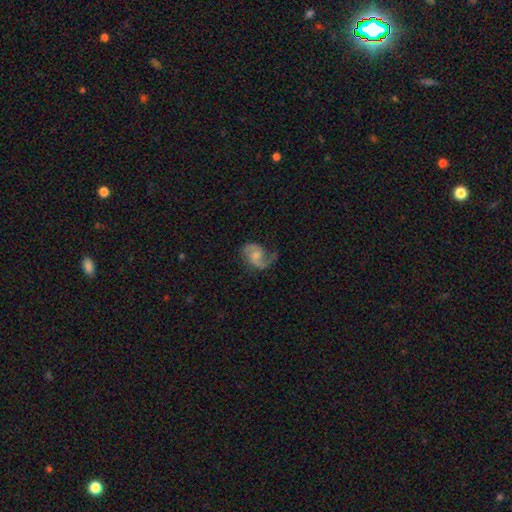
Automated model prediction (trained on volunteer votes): This is clearly a featured or disk galaxy (82%). It is clearly not viewed edge-on (98%). Bar: possibly no (53%). Spiral arm pattern: clearly yes (96%). Spiral arm count: clearly 2 (81%). Spiral winding: possibly medium (46%). Central bulge: possibly small (47%). Merging: likely none (64%).